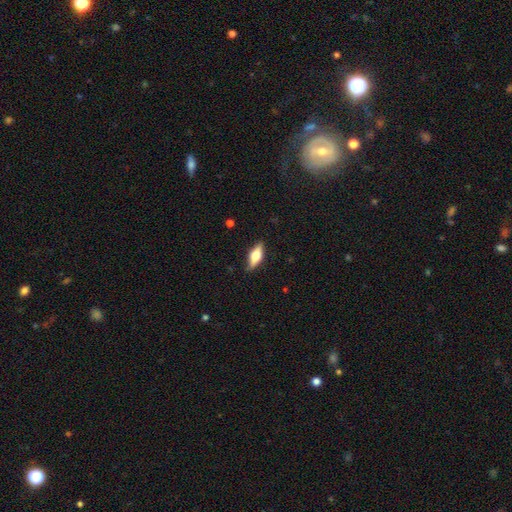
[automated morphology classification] smooth_or_featured: smooth (p=0.50) [alt: featured or disk p=0.43]
how_rounded: in between (p=0.65) [alt: cigar-shaped p=0.32]
merging: none (p=0.84) [alt: minor disturbance p=0.13]